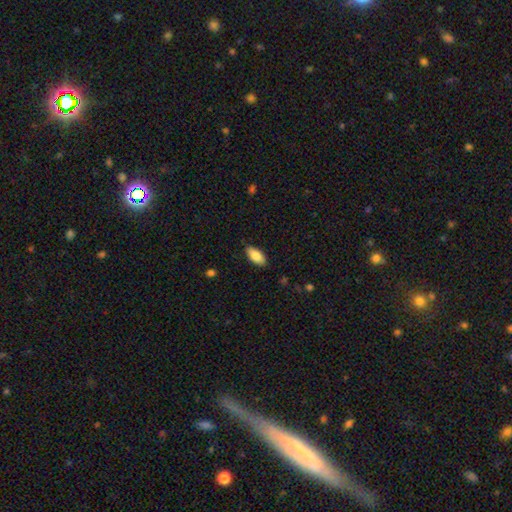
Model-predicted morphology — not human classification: The model was most divided on "merging": none: 85%, minor disturbance: 12%, major disturbance: 2%, merger: 1%. More confident: how rounded — in between (89%); smooth or featured — smooth (83%).